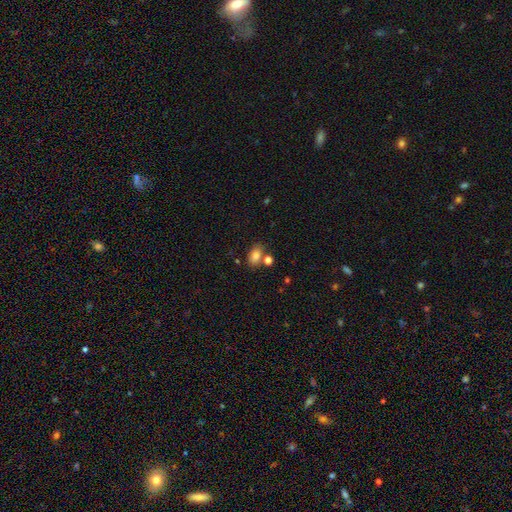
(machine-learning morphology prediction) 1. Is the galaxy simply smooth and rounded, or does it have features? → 82% smooth, 10% star or artifact, 8% featured or disk.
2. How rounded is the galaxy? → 85% in between, 13% round, 2% cigar-shaped.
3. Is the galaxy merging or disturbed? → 64% none, 19% merger, 13% minor disturbance, 4% major disturbance.